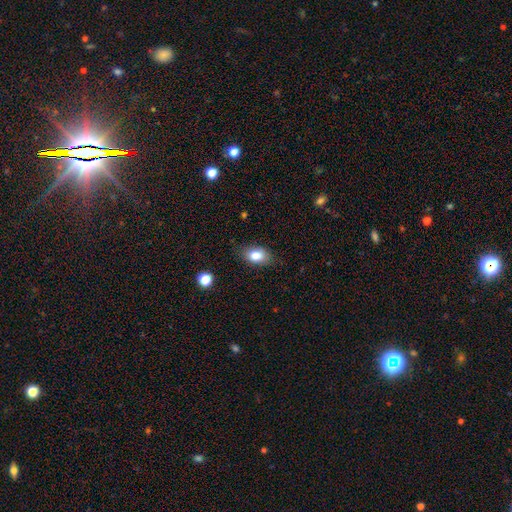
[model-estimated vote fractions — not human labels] Smooth or featured: smooth — 82% (featured or disk — 9%)
How rounded: in between — 83% (round — 15%)
Merging: none — 80% (minor disturbance — 15%)